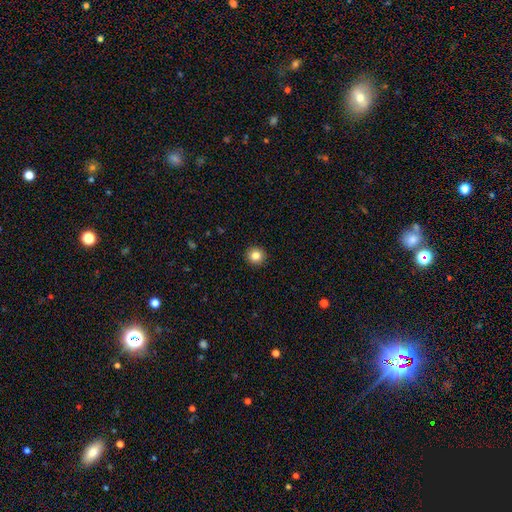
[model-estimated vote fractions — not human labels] Smooth or featured? Predicted: smooth (p=0.83). How rounded? Predicted: round (p=0.94). Merging? Predicted: none (p=0.93).